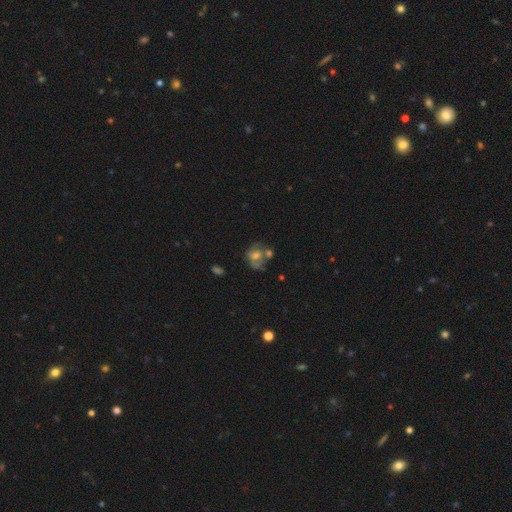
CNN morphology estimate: Smooth or featured? Predicted: featured or disk (p=0.50). Edge-on disk? Predicted: no (p=0.97). Merging? Predicted: none (p=0.36).